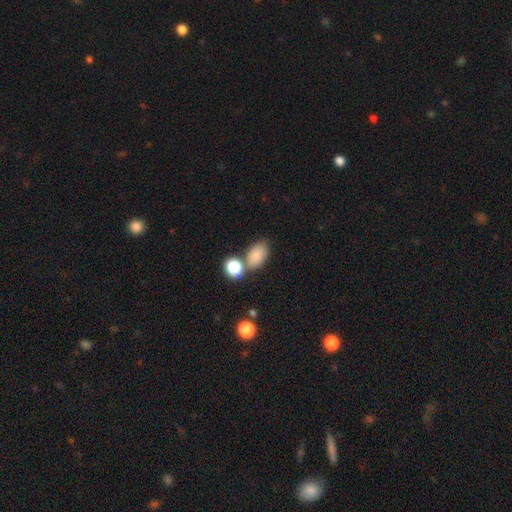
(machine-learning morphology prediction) A smooth galaxy with no disk features (83%) that is in between round and cigar-shaped (87%).

Vote fractions:
- Smooth or featured? smooth: 83% / star or artifact: 10% / featured or disk: 7%
- How rounded? in between: 87% / round: 11% / cigar-shaped: 2%
- Merging? none: 61% / merger: 20% / minor disturbance: 14% / major disturbance: 5%